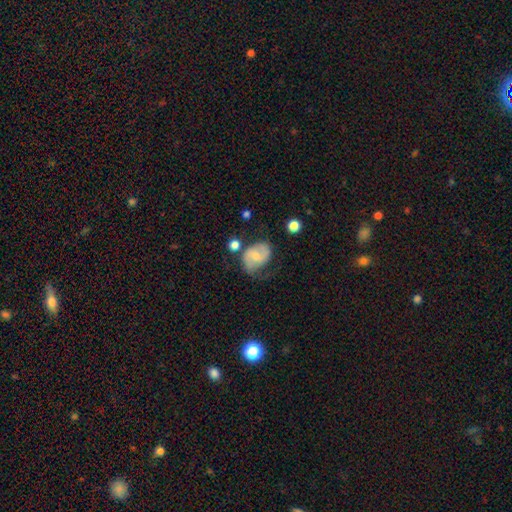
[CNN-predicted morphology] Smooth or featured: featured or disk — 51% (smooth — 41%)
Edge-on disk: no — 97% (yes — 3%)
Merging: none — 47% (minor disturbance — 30%)